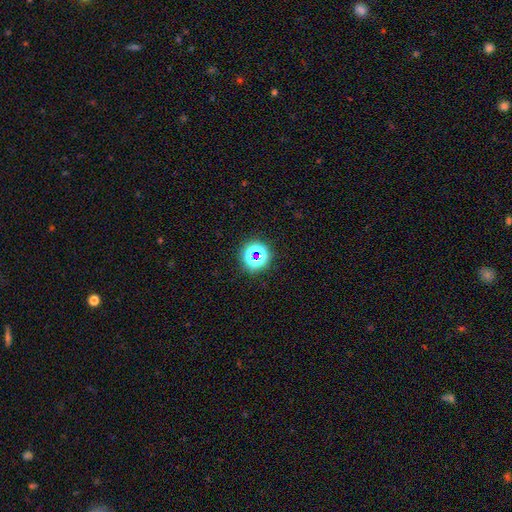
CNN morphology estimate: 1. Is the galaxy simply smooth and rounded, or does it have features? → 59% star or artifact, 30% smooth, 11% featured or disk.